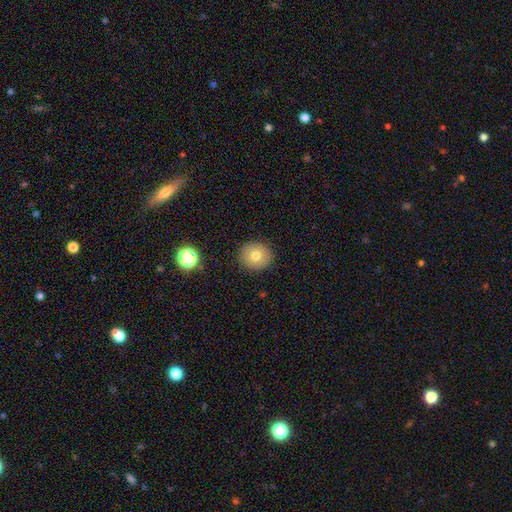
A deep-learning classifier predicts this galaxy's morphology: Overall: smooth (73%). How rounded: round (89%). Merging: none (90%).